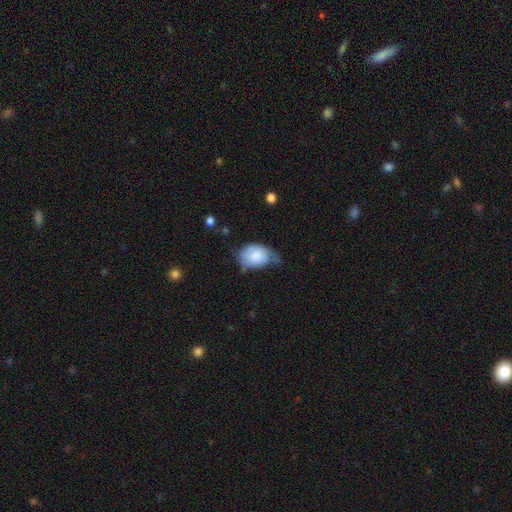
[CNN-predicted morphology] A smooth galaxy with no disk features (72%) that is in between round and cigar-shaped (79%). Merging: minor disturbance (46%).